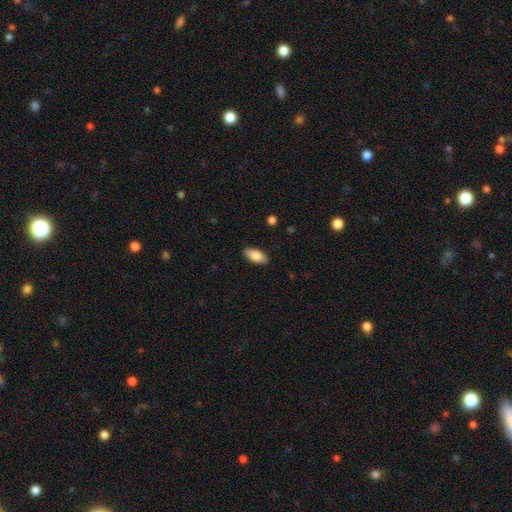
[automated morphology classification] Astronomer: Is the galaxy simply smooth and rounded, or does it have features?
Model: smooth — 83%.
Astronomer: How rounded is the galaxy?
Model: in between — 89%.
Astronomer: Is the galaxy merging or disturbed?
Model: none — 89%.